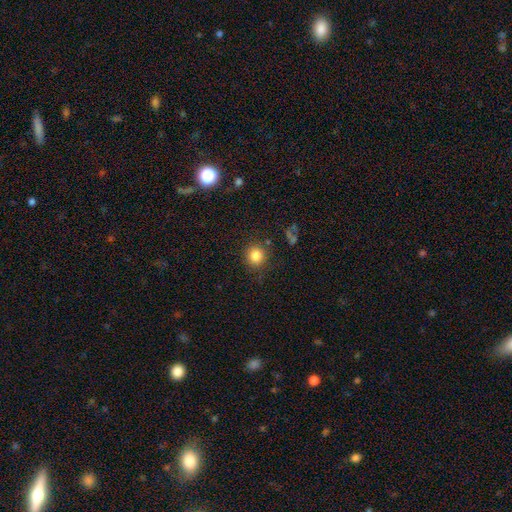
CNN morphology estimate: Smooth or featured? Predicted: smooth (p=0.83). How rounded? Predicted: round (p=0.89). Merging? Predicted: none (p=0.85).